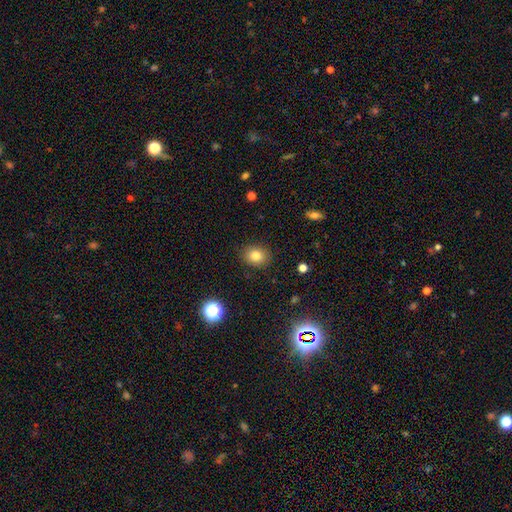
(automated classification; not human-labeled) A smooth galaxy with no disk features (81%) that is round (58%).

Vote fractions:
- Smooth or featured? smooth: 81% / star or artifact: 11% / featured or disk: 7%
- How rounded? round: 58% / in between: 41% / cigar-shaped: 1%
- Merging? none: 88% / minor disturbance: 8% / major disturbance: 2% / merger: 1%